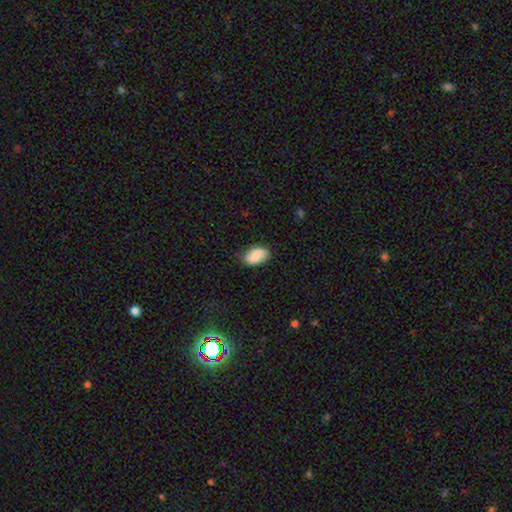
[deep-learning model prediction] This appears to be a smooth galaxy with no disk features (80%) that is in between round and cigar-shaped (92%). Merging: none (73%).